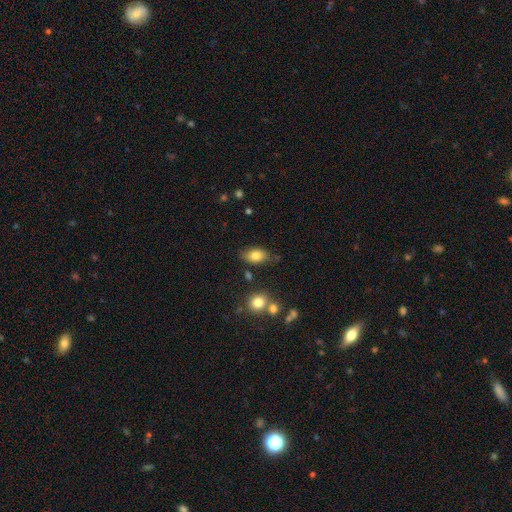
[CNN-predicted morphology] Smooth or featured? Predicted: smooth (p=0.80). How rounded? Predicted: in between (p=0.87). Merging? Predicted: none (p=0.74).